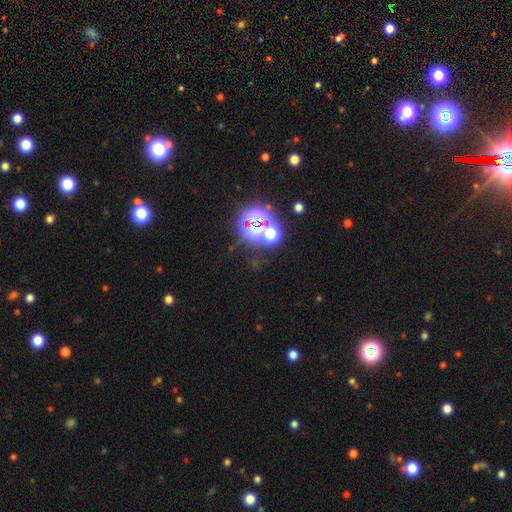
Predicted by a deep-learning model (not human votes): Smooth or featured: star or artifact — 76% (smooth — 16%)